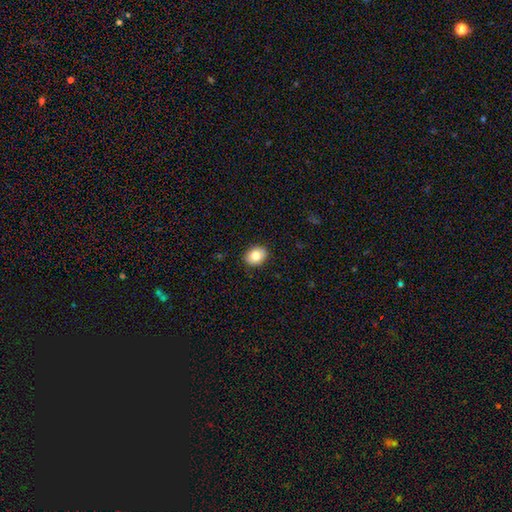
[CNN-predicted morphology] A smooth galaxy with no disk features (83%) that is in between round and cigar-shaped (56%).

Vote fractions:
- Smooth or featured? smooth: 83% / featured or disk: 9% / star or artifact: 8%
- How rounded? in between: 56% / round: 43% / cigar-shaped: 1%
- Merging? none: 90% / minor disturbance: 8% / major disturbance: 2% / merger: 1%